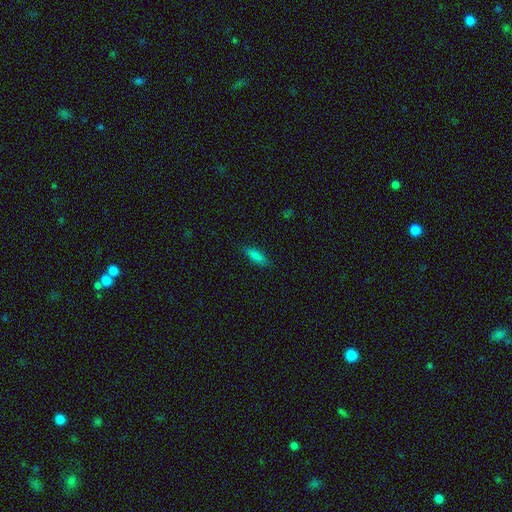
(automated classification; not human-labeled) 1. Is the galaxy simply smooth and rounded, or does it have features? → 82% smooth, 10% featured or disk, 9% star or artifact.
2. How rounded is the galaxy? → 50% cigar-shaped, 48% in between, 2% round.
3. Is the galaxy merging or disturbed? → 84% none, 12% minor disturbance, 2% major disturbance, 1% merger.